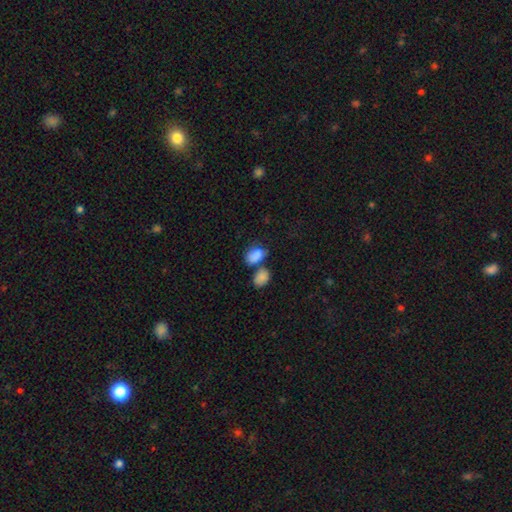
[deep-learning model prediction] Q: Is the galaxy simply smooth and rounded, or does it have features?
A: smooth — 84%.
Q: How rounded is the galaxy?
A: in between — 82%.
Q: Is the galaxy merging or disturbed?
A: merger — 42%.